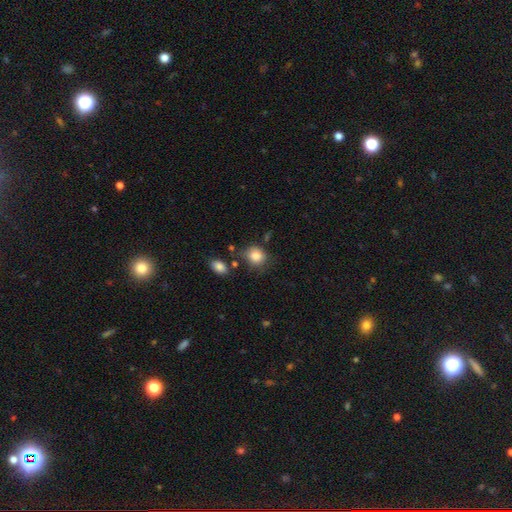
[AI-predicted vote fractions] Overall: smooth (84%). How rounded: round (70%). Merging: none (66%).